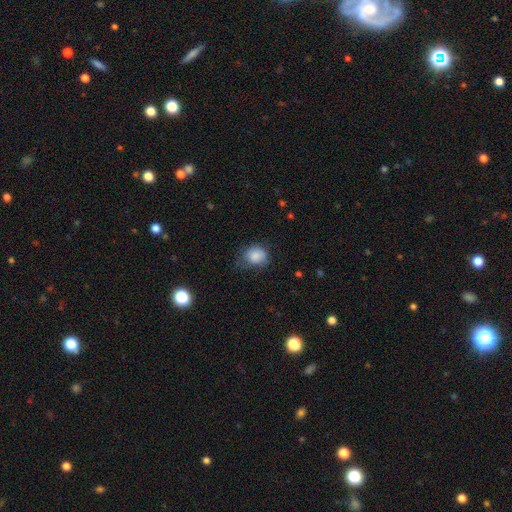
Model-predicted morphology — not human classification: Overall: smooth (84%). How rounded: round (60%; in between 39%). Merging: none (51%; minor disturbance 34%).